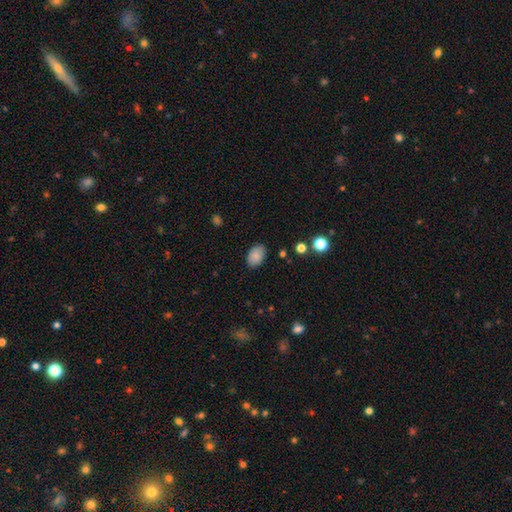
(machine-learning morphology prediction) smooth_or_featured: smooth (p=0.86) [alt: star or artifact p=0.08]
how_rounded: in between (p=0.87) [alt: round p=0.12]
merging: none (p=0.85) [alt: minor disturbance p=0.11]